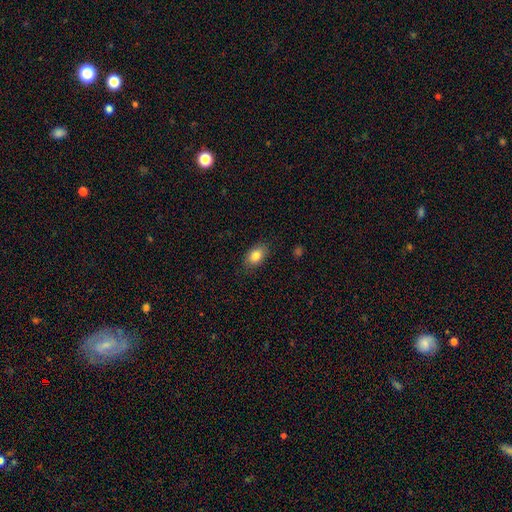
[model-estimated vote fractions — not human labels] smooth 84%, star or artifact 8%, featured or disk 8%. Down the decision tree: how rounded — in between (85%); merging — none (83%).